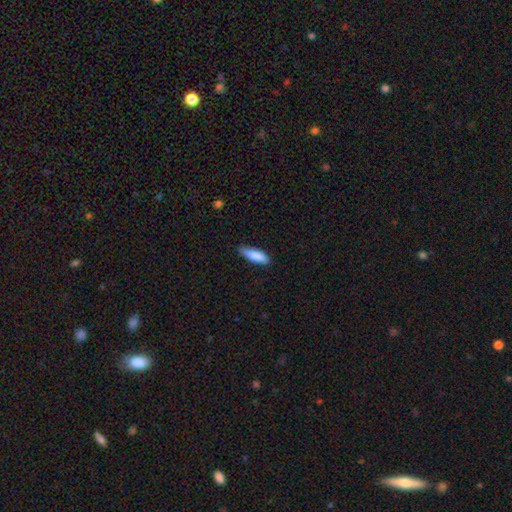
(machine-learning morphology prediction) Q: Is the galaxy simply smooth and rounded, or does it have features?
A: smooth — 85%.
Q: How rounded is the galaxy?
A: cigar-shaped — 57%.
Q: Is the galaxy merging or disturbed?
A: none — 77%.